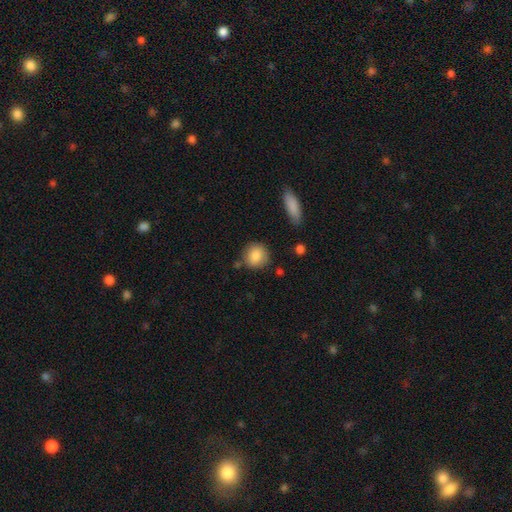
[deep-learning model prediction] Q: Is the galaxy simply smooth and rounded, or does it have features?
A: smooth — 86%.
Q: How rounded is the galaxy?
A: round — 84%.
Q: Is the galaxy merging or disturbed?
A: none — 81%.